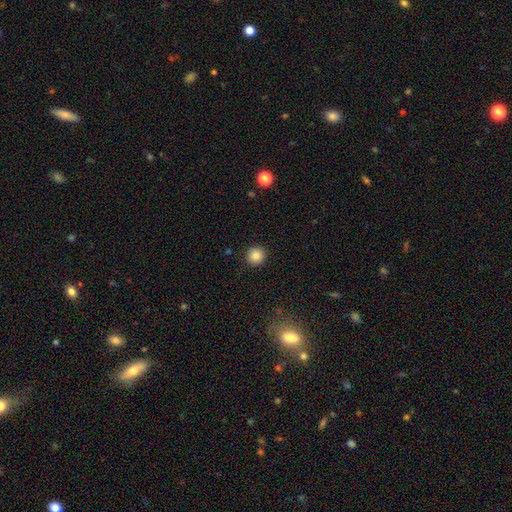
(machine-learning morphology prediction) A smooth galaxy with no disk features (86%) that is round (95%).

Vote fractions:
- Smooth or featured? smooth: 86% / star or artifact: 10% / featured or disk: 4%
- How rounded? round: 95% / in between: 5% / cigar-shaped: 1%
- Merging? none: 92% / minor disturbance: 5% / major disturbance: 2% / merger: 1%